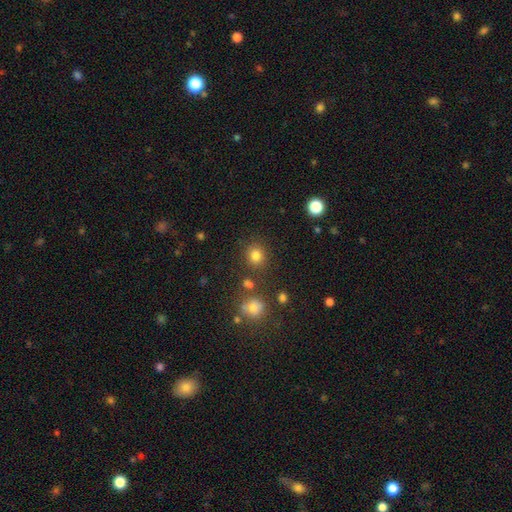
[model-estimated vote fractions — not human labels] This is clearly a smooth galaxy (80%). How rounded: clearly round (84%). Merging: clearly none (83%).